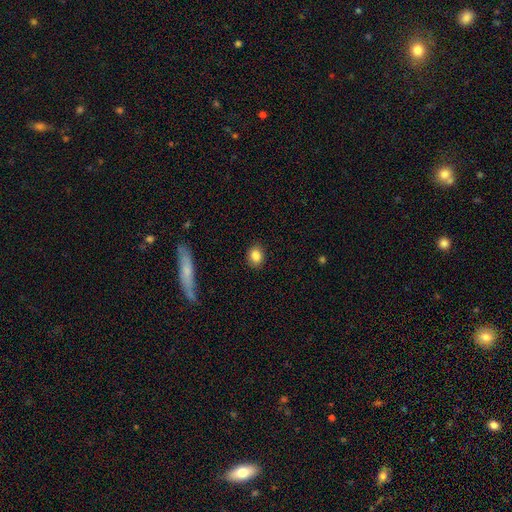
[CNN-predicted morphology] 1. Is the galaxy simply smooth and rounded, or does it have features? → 84% smooth, 9% star or artifact, 7% featured or disk.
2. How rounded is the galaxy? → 65% round, 34% in between, 1% cigar-shaped.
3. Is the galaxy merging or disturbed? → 89% none, 8% minor disturbance, 2% major disturbance, 1% merger.